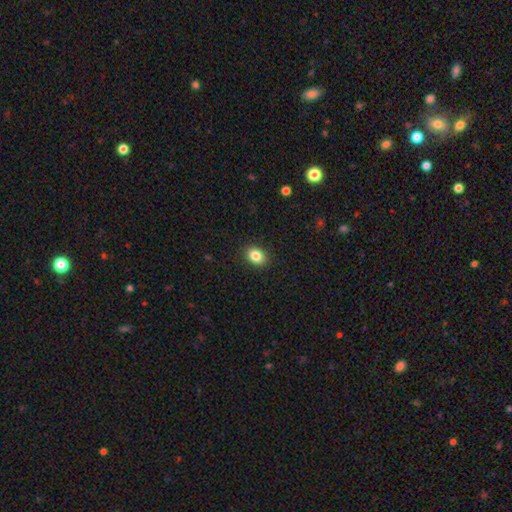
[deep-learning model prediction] This appears to be a smooth galaxy with no disk features (85%) that is in between round and cigar-shaped (63%). Merging: none (90%).